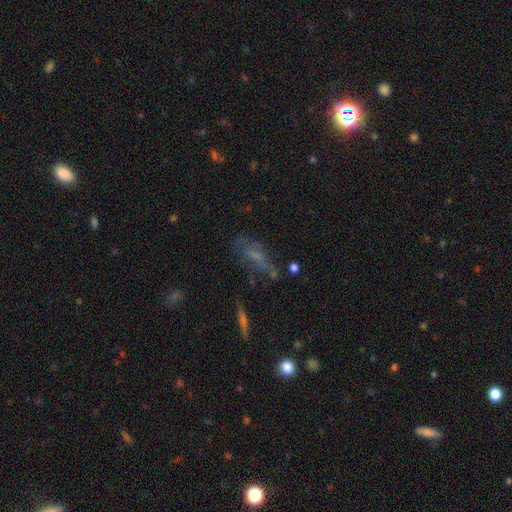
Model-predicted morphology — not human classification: This appears to be a smooth galaxy with no disk features (41%). Merging: none (49%).